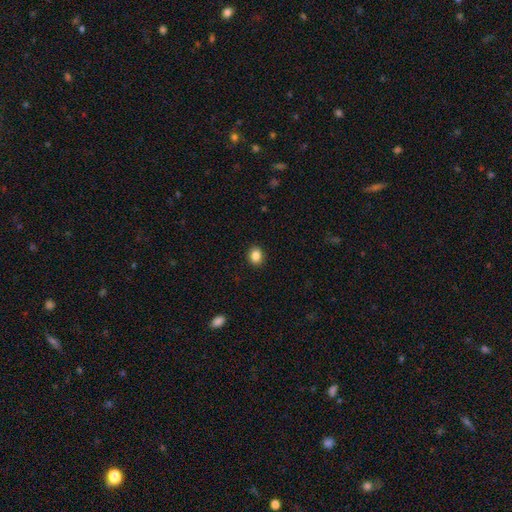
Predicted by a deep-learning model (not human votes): Smooth or featured? smooth (86%)
How rounded? round (60%)
Merging? none (91%)